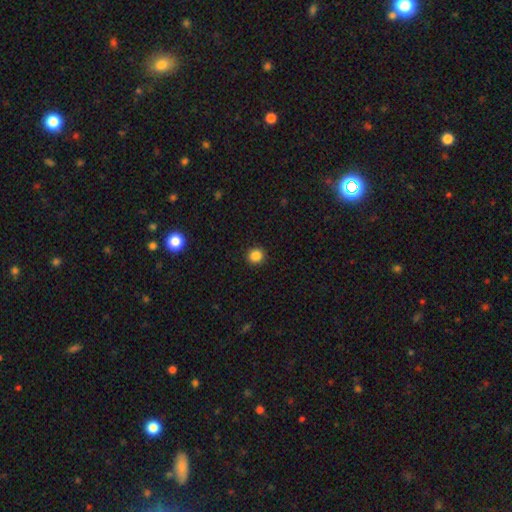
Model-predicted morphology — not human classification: smooth_or_featured: smooth (p=0.86) [alt: star or artifact p=0.11]
how_rounded: round (p=0.91) [alt: in between p=0.08]
merging: none (p=0.92) [alt: minor disturbance p=0.05]